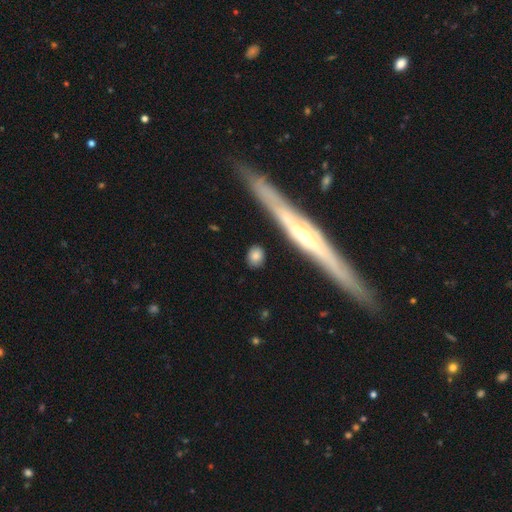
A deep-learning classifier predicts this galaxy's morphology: This is likely a smooth galaxy (77%). How rounded: possibly round (49%). Merging: clearly none (84%).